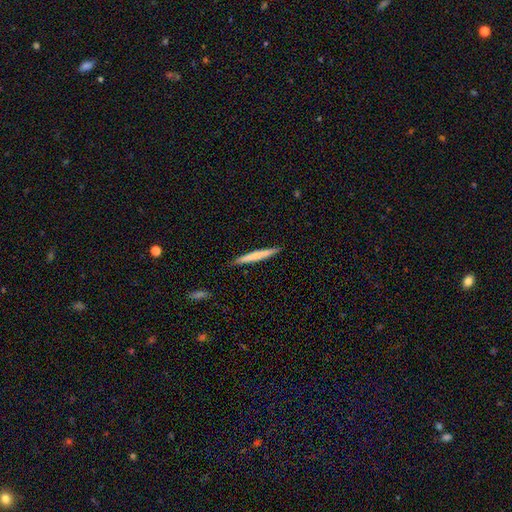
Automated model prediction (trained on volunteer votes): The model was most divided on "smooth or featured": smooth: 64%, featured or disk: 30%, star or artifact: 5%. More confident: how rounded — cigar-shaped (96%); merging — none (90%).